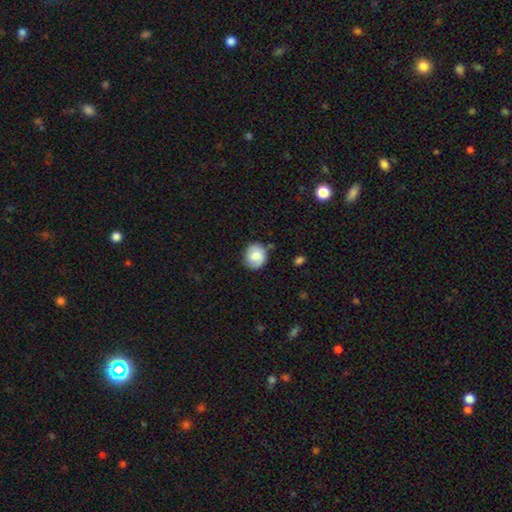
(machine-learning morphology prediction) Smooth or featured? Predicted: smooth (p=0.72). How rounded? Predicted: round (p=0.79). Merging? Predicted: none (p=0.76).